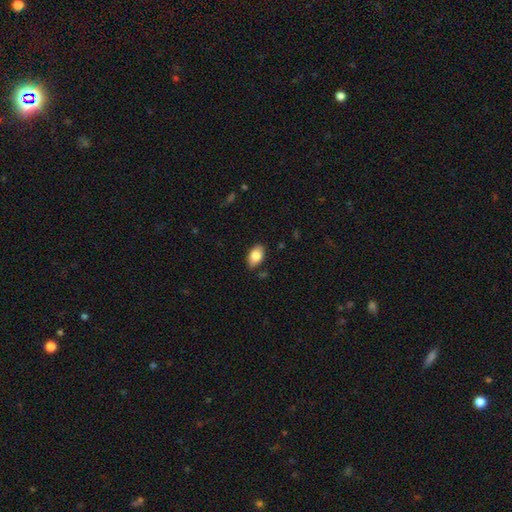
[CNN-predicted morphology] smooth 82%, featured or disk 11%, star or artifact 7%. Down the decision tree: how rounded — in between (92%); merging — none (83%).